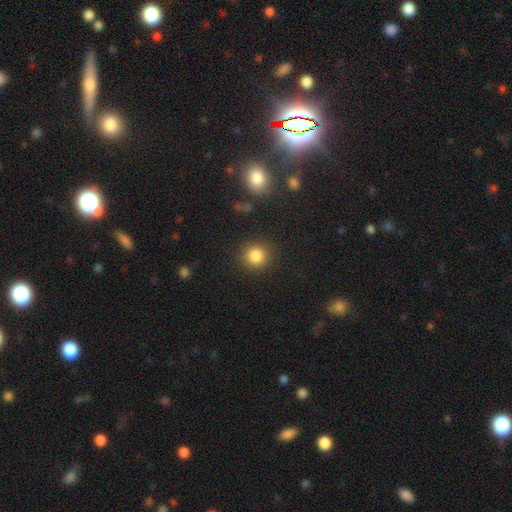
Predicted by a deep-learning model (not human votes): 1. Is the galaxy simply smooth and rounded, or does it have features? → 84% smooth, 11% star or artifact, 5% featured or disk.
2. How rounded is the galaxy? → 91% round, 8% in between, 1% cigar-shaped.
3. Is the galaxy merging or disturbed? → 88% none, 7% minor disturbance, 3% major disturbance, 2% merger.